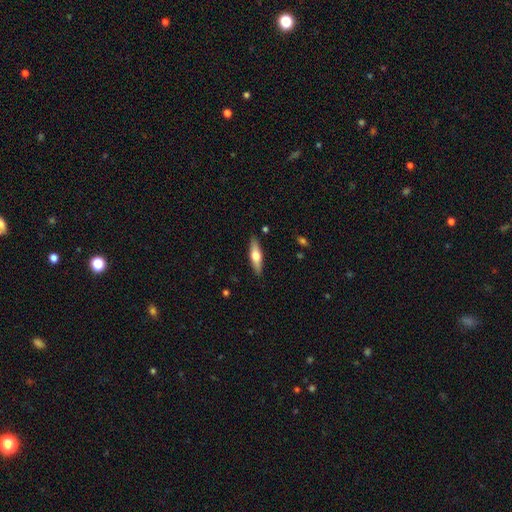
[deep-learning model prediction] smooth-or-featured: smooth: 51% | featured or disk: 43% | star or artifact: 6%
  how-rounded: cigar-shaped: 65% | in between: 33% | round: 2%
  merging: none: 89% | minor disturbance: 8% | major disturbance: 2% | merger: 1%